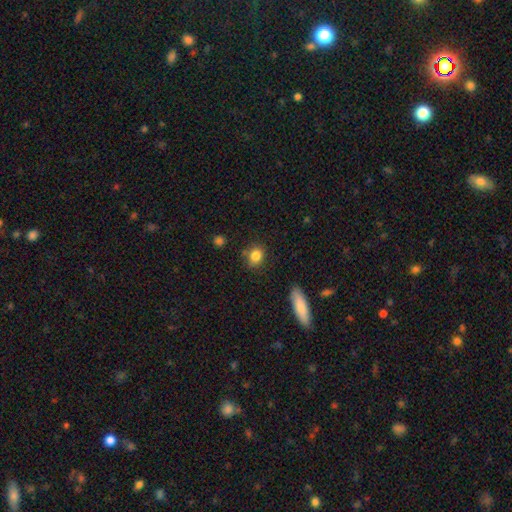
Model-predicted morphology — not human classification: This appears to be a smooth galaxy with no disk features (84%) that is round (57%). Merging: none (78%).